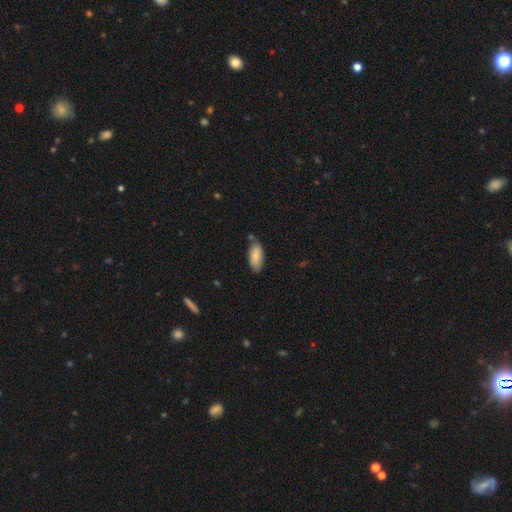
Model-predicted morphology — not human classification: Smooth or featured?
  - smooth: 84% *
  - featured or disk: 10%
  - star or artifact: 6%
How rounded?
  - in between: 87% *
  - cigar-shaped: 11%
  - round: 2%
Merging?
  - none: 71% *
  - minor disturbance: 20%
  - merger: 6%
  - major disturbance: 3%